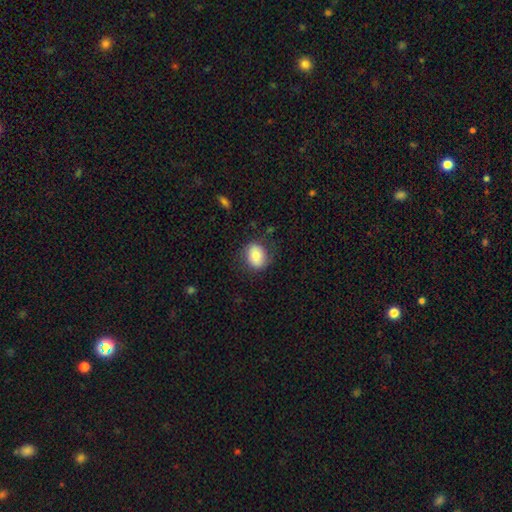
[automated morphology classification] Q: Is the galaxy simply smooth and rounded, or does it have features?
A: smooth — 77%.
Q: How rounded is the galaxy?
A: in between — 52%.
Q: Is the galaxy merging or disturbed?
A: none — 75%.